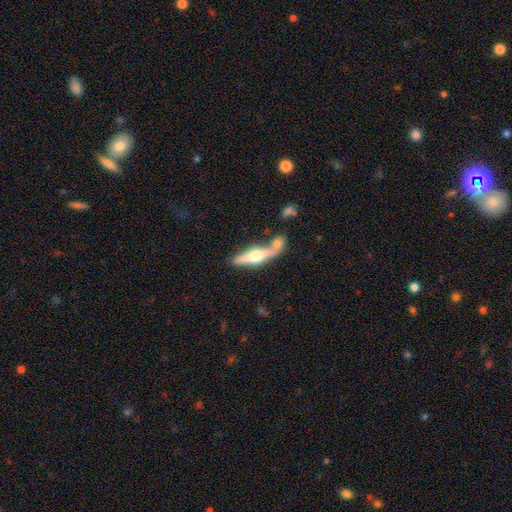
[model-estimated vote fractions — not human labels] Smooth or featured? featured or disk (60%)
Edge-on disk? yes (92%)
Edge-on bulge? rounded (94%)
Merging? none (51%)